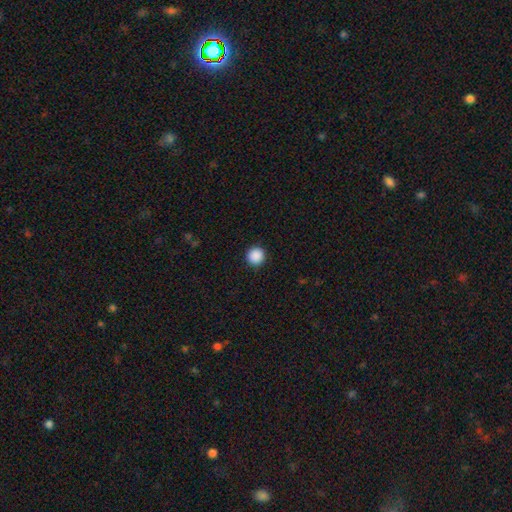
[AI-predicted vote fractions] Overall: smooth (89%). How rounded: round (96%). Merging: none (93%).